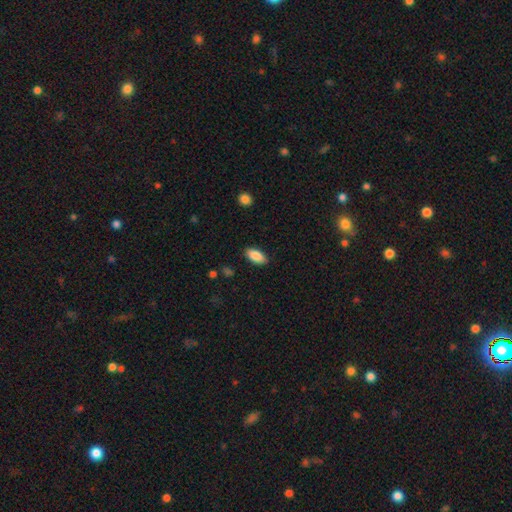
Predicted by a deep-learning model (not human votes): Smooth or featured? smooth (87%)
How rounded? in between (91%)
Merging? none (88%)